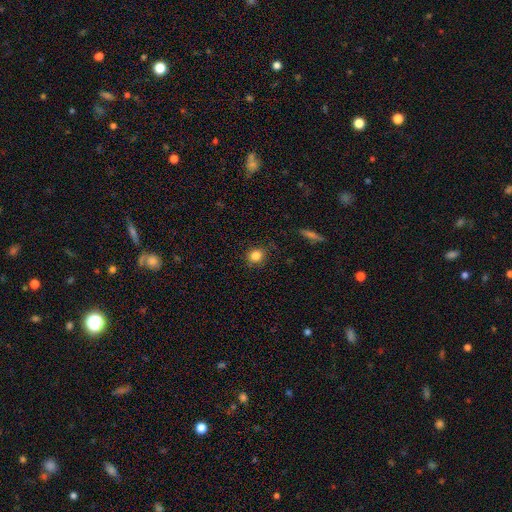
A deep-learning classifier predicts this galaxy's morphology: Q: Smooth or featured?
A: smooth (84%); runner-up: star or artifact (10%)
Q: How rounded?
A: round (77%); runner-up: in between (22%)
Q: Merging?
A: none (83%); runner-up: minor disturbance (13%)